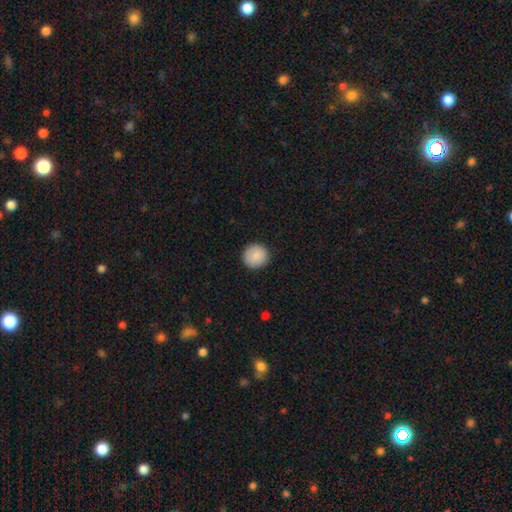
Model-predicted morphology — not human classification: Smooth or featured? Predicted: smooth (p=0.86). How rounded? Predicted: round (p=0.95). Merging? Predicted: none (p=0.91).